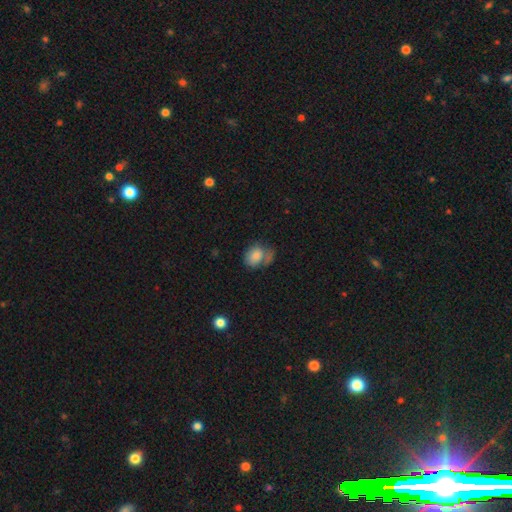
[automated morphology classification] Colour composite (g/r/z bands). It shows a smooth galaxy with no disk features (78%) that is in between round and cigar-shaped (63%). Merging: none (40%).